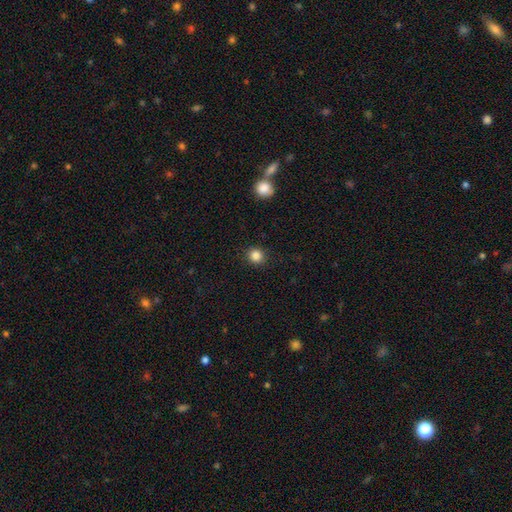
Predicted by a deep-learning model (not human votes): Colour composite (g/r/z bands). It shows a smooth galaxy with no disk features (85%) that is round (88%). Merging: none (91%).